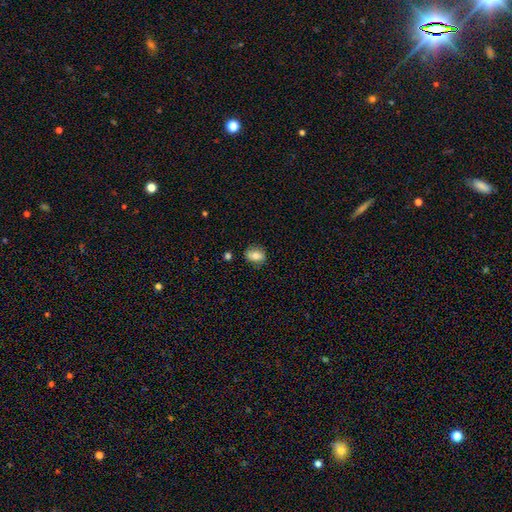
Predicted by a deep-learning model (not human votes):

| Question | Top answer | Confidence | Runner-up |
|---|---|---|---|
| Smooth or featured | smooth | 76% | featured or disk (15%) |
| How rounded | in between | 71% | round (26%) |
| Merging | none | 81% | minor disturbance (14%) |